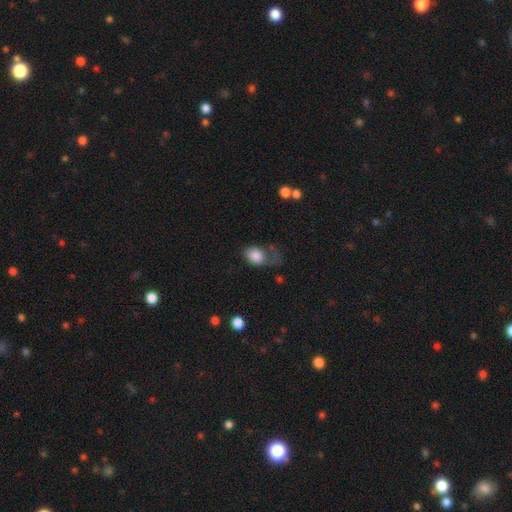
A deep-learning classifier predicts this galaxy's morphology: Overall: smooth (81%). How rounded: in between (65%; round 33%). Merging: major disturbance (37%; none 29%).